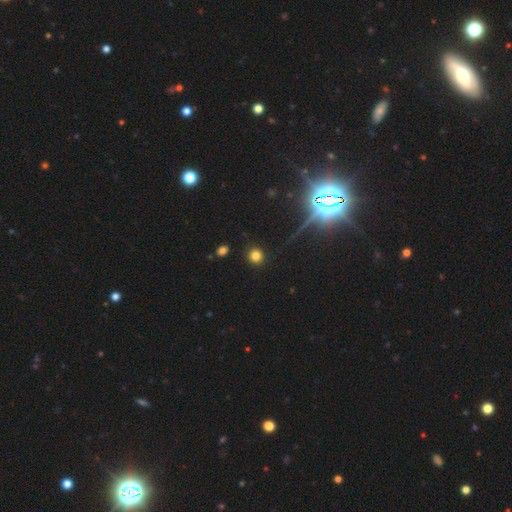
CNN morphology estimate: smooth-or-featured: smooth: 78% | star or artifact: 16% | featured or disk: 6%
  how-rounded: round: 93% | in between: 6% | cigar-shaped: 1%
  merging: none: 91% | minor disturbance: 5% | major disturbance: 2% | merger: 2%